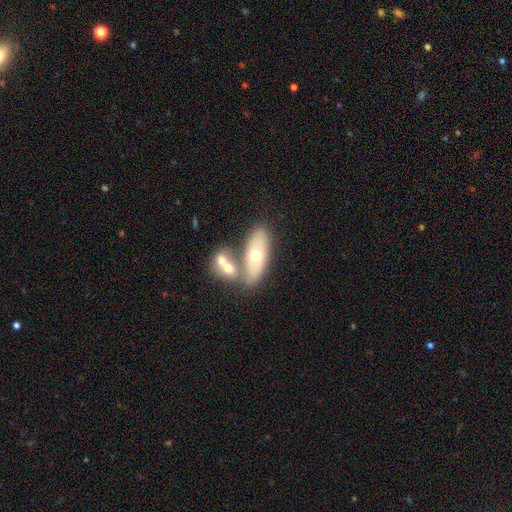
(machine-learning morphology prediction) Q: Smooth or featured?
A: smooth (55%); runner-up: featured or disk (38%)
Q: How rounded?
A: in between (77%); runner-up: cigar-shaped (18%)
Q: Merging?
A: merger (43%); runner-up: none (42%)